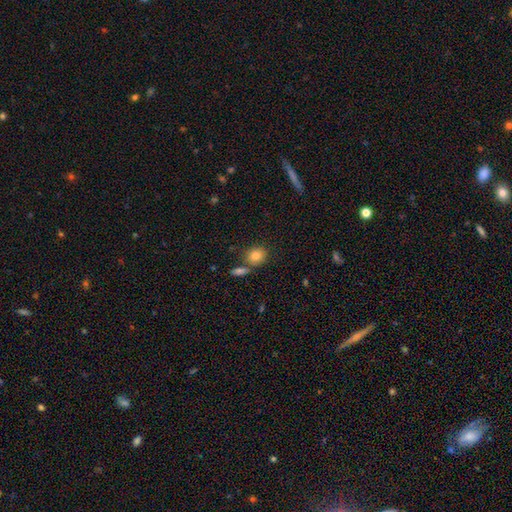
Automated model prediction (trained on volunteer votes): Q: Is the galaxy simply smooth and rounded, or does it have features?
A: smooth — 82%.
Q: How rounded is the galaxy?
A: round — 70%.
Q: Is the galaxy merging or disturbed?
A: none — 69%.